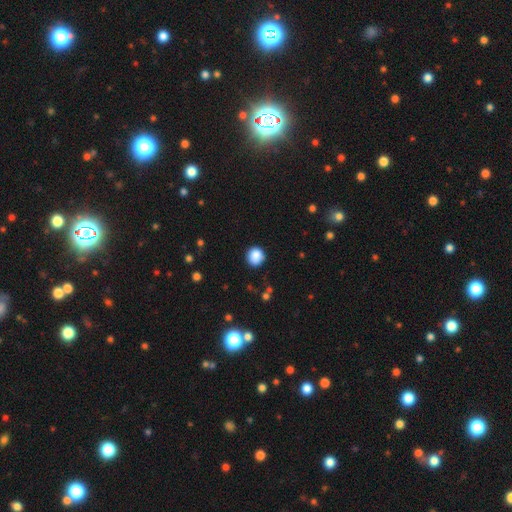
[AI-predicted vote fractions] This is clearly a smooth galaxy (86%). How rounded: clearly round (90%). Merging: clearly none (84%).